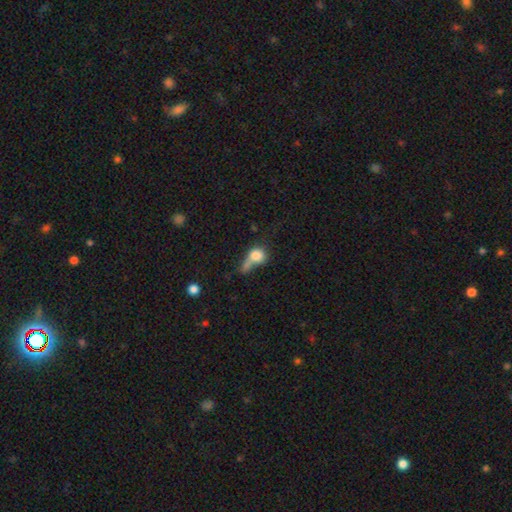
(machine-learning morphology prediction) Smooth or featured? Predicted: smooth (p=0.74). How rounded? Predicted: round (p=0.55). Merging? Predicted: merger (p=0.36).